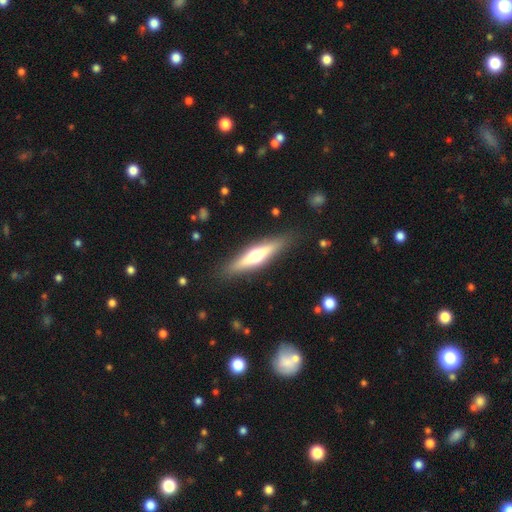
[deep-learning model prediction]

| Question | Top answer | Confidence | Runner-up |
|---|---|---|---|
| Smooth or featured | featured or disk | 57% | smooth (37%) |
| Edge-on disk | yes | 93% | no (7%) |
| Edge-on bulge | rounded | 91% | none (5%) |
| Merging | none | 87% | minor disturbance (9%) |